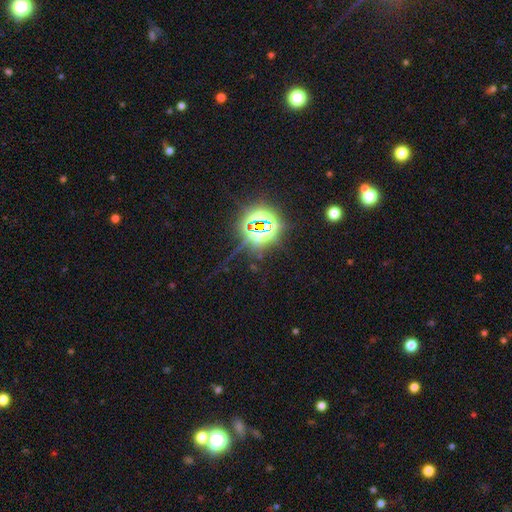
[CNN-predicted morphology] smooth-or-featured: star or artifact: 80% | smooth: 11% | featured or disk: 9%